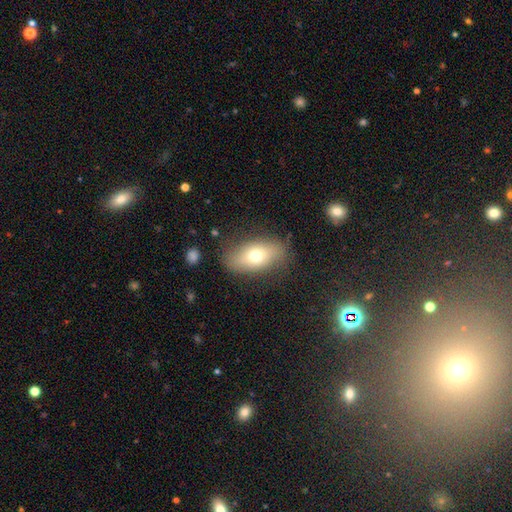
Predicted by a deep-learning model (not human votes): smooth 67%, featured or disk 24%, star or artifact 9%. Down the decision tree: how rounded — in between (88%); merging — none (76%).